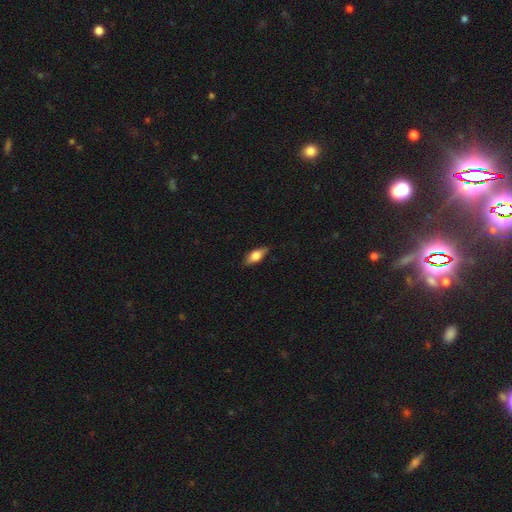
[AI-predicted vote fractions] smooth 64%, featured or disk 29%, star or artifact 7%. Down the decision tree: how rounded — in between (74%); merging — none (85%).